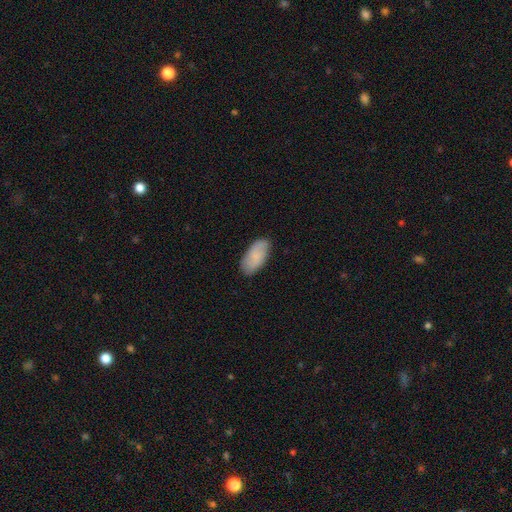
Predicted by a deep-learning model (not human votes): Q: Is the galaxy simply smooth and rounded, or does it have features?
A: smooth — 80%.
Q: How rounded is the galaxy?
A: in between — 93%.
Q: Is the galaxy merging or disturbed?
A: none — 80%.